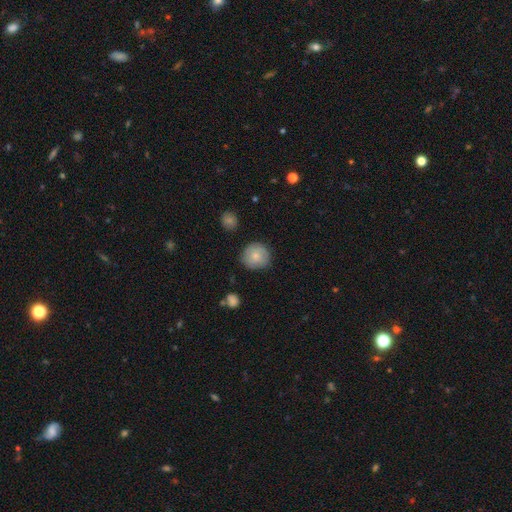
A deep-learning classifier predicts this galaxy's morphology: Smooth or featured? Predicted: smooth (p=0.78). How rounded? Predicted: round (p=0.92). Merging? Predicted: none (p=0.82).